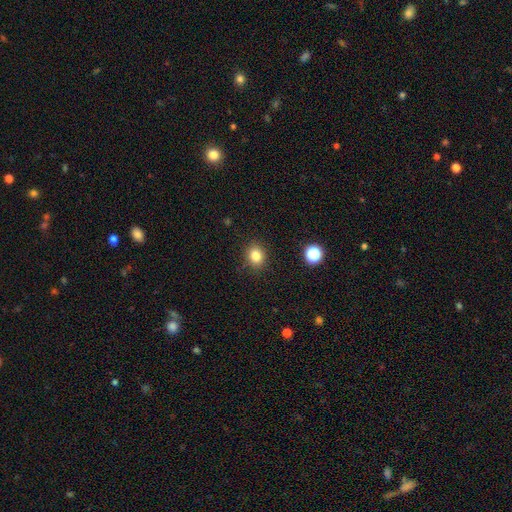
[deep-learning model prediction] Q: Smooth or featured?
A: smooth (83%); runner-up: star or artifact (12%)
Q: How rounded?
A: round (63%); runner-up: in between (36%)
Q: Merging?
A: none (88%); runner-up: minor disturbance (8%)